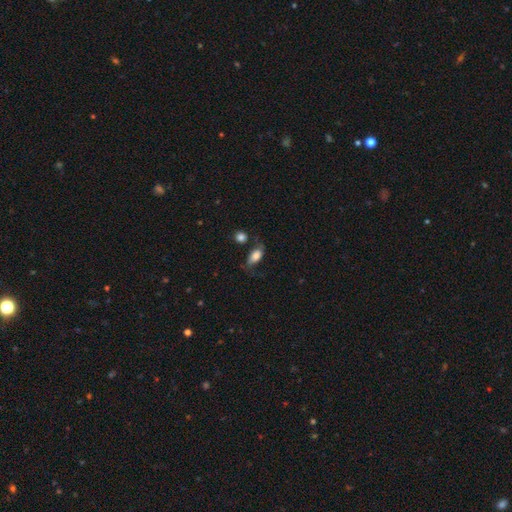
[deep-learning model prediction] Q: Smooth or featured?
A: smooth (64%); runner-up: featured or disk (26%)
Q: How rounded?
A: in between (85%); runner-up: round (10%)
Q: Merging?
A: none (52%); runner-up: minor disturbance (24%)